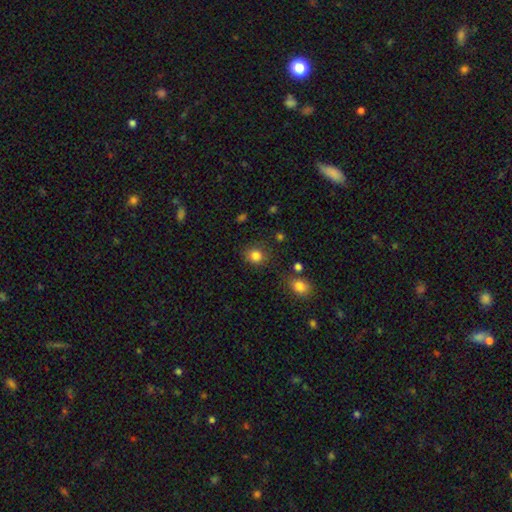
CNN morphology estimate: This appears to be a smooth galaxy with no disk features (84%) that is round (75%). Merging: none (80%).